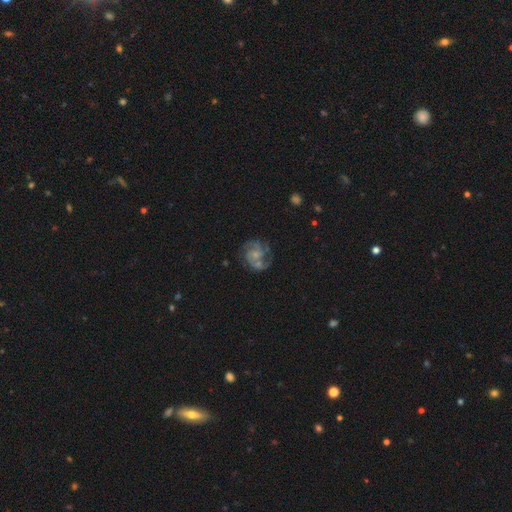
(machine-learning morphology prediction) The model was most divided on "spiral winding": medium: 49%, tight: 40%, loose: 11%. More confident: edge-on disk — no (98%); spiral arms — yes (96%); smooth or featured — featured or disk (86%); merging — none (69%); bar — no (66%); spiral arm count — 2 (63%); bulge size — small (59%).